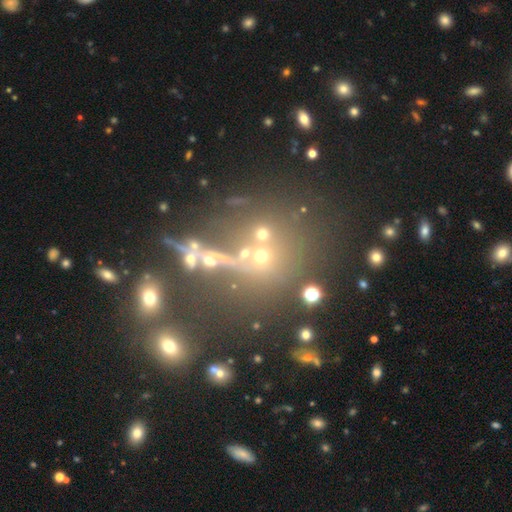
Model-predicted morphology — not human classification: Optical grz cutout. It shows a star or artifact, not a galaxy (44%).